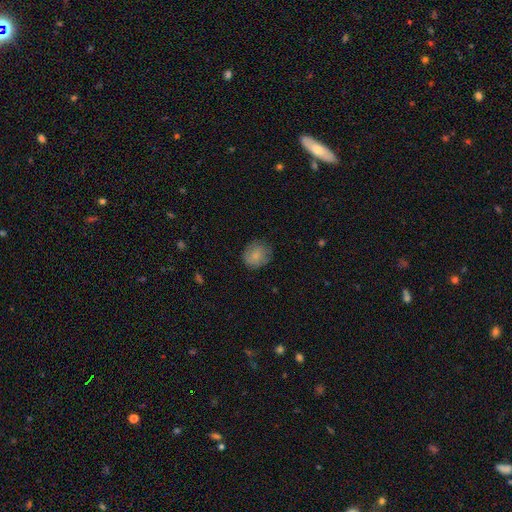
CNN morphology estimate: smooth-or-featured: smooth: 81% | featured or disk: 12% | star or artifact: 8%
  how-rounded: round: 77% | in between: 22% | cigar-shaped: 1%
  merging: none: 77% | minor disturbance: 17% | major disturbance: 5% | merger: 1%